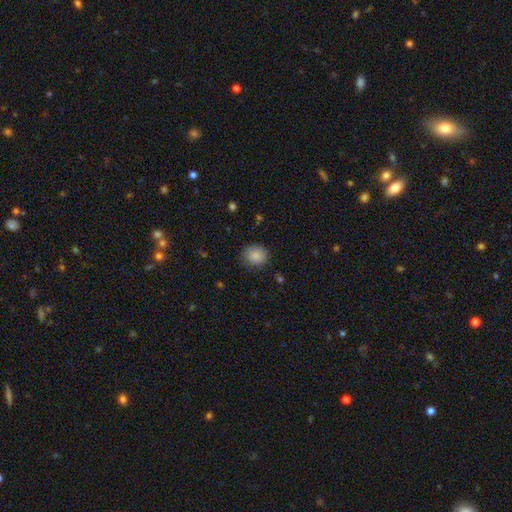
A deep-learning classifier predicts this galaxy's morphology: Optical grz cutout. It shows a smooth galaxy with no disk features (87%) that is round (75%). Merging: none (83%).